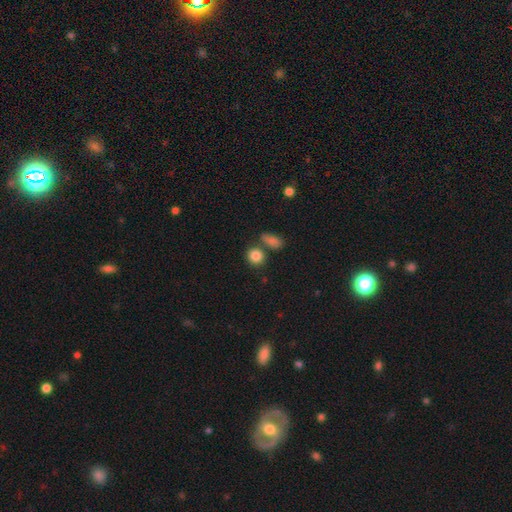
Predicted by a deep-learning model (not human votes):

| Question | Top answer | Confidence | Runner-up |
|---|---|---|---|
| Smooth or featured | smooth | 85% | star or artifact (10%) |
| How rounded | round | 77% | in between (21%) |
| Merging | none | 67% | merger (19%) |